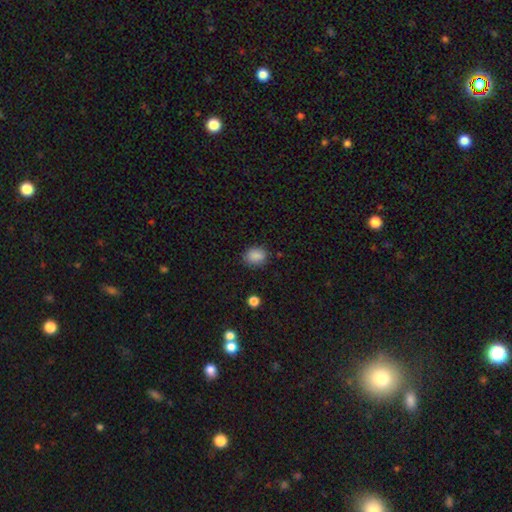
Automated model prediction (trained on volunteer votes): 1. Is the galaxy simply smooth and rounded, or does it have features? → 87% smooth, 10% star or artifact, 3% featured or disk.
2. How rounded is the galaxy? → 56% in between, 43% round, 1% cigar-shaped.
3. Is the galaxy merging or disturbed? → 82% none, 14% minor disturbance, 3% major disturbance, 1% merger.